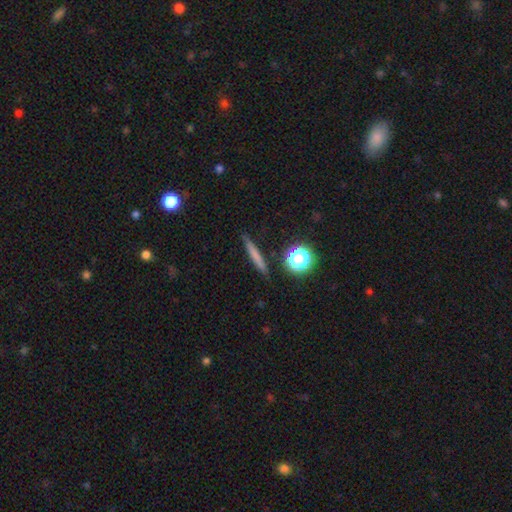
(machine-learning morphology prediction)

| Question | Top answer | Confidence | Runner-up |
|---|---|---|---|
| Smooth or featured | smooth | 66% | featured or disk (23%) |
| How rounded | cigar-shaped | 88% | round (7%) |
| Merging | none | 85% | minor disturbance (10%) |